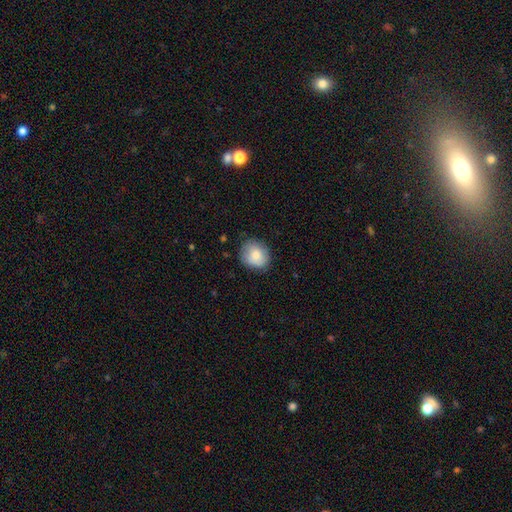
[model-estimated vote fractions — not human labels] Morphology: type=smooth (82%); roundness=round (69%); merging=none (78%).